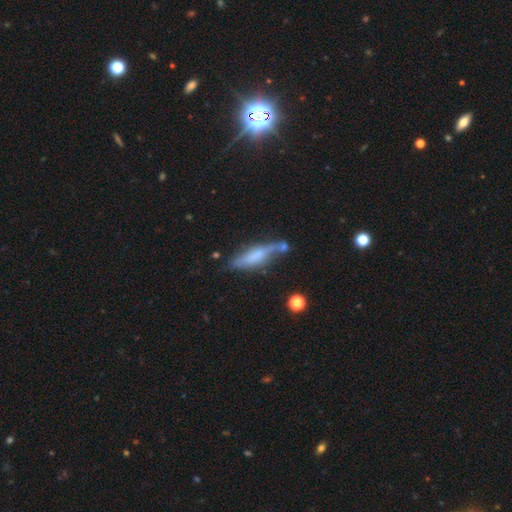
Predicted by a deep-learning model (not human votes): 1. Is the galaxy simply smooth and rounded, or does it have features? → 52% featured or disk, 39% smooth, 9% star or artifact.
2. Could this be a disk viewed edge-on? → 76% yes, 24% no.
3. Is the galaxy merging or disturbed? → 52% none, 25% minor disturbance, 12% merger, 10% major disturbance.